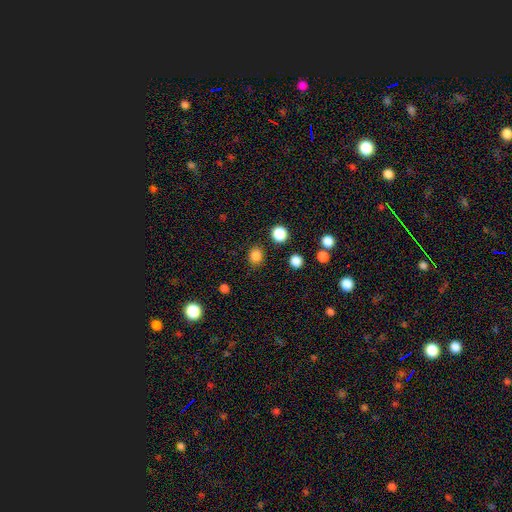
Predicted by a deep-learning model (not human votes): This appears to be a smooth galaxy with no disk features (83%) that is round (75%). Merging: none (87%).